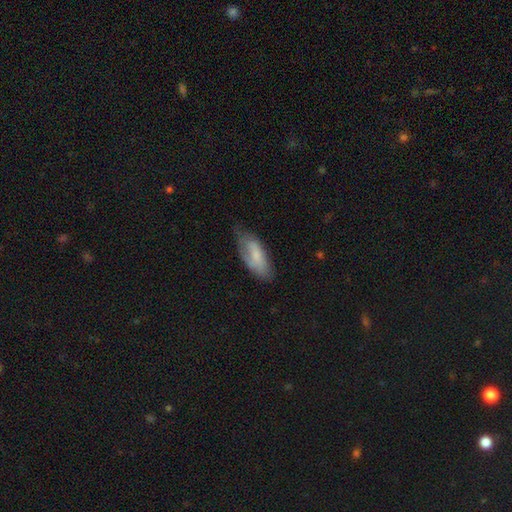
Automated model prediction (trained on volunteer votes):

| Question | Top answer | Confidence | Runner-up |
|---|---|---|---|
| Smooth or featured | smooth | 68% | featured or disk (26%) |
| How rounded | in between | 80% | cigar-shaped (18%) |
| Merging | none | 50% | minor disturbance (36%) |